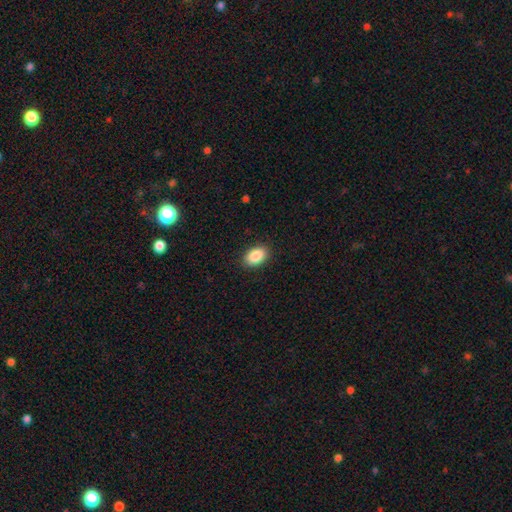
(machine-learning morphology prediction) Smooth or featured?
  - smooth: 89% *
  - star or artifact: 7%
  - featured or disk: 4%
How rounded?
  - in between: 88% *
  - round: 11%
  - cigar-shaped: 1%
Merging?
  - none: 89% *
  - minor disturbance: 8%
  - major disturbance: 2%
  - merger: 1%